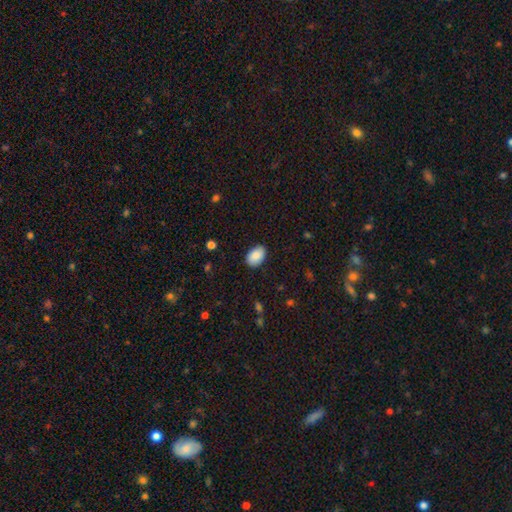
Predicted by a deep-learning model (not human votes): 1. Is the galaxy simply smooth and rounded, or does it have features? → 88% smooth, 7% star or artifact, 5% featured or disk.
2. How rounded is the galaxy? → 90% in between, 9% round, 1% cigar-shaped.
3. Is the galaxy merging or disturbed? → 87% none, 10% minor disturbance, 2% major disturbance, 1% merger.